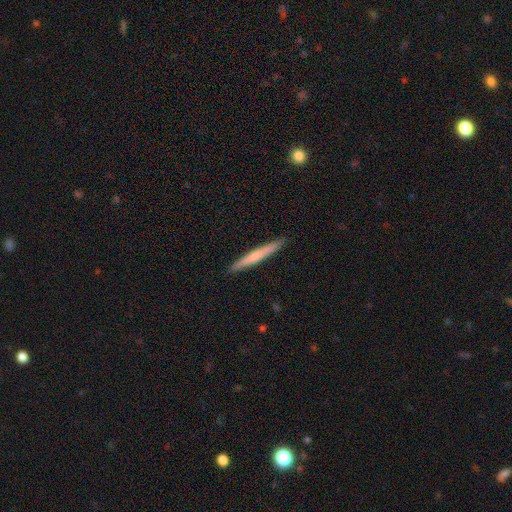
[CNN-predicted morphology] Smooth or featured? Predicted: smooth (p=0.58). How rounded? Predicted: cigar-shaped (p=0.97). Merging? Predicted: none (p=0.92).